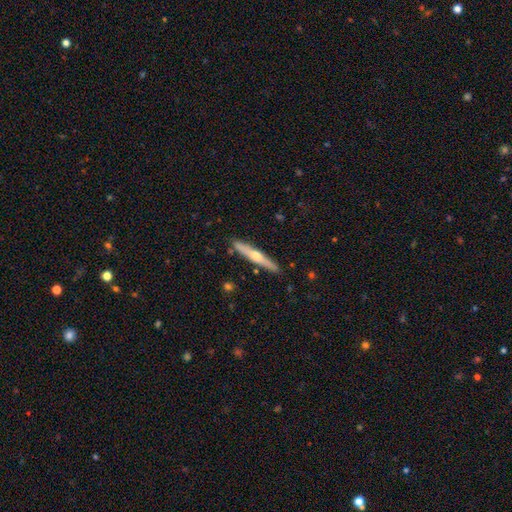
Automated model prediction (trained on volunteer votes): A featured or disk galaxy (59%) viewed edge-on (96%) with a rounded central bulge (88%).

Vote fractions:
- Smooth or featured? featured or disk: 59% / smooth: 35% / star or artifact: 6%
- Edge-on disk? yes: 96% / no: 4%
- Edge-on bulge? rounded: 88% / none: 10% / boxy: 3%
- Merging? none: 89% / minor disturbance: 8% / major disturbance: 1% / merger: 1%